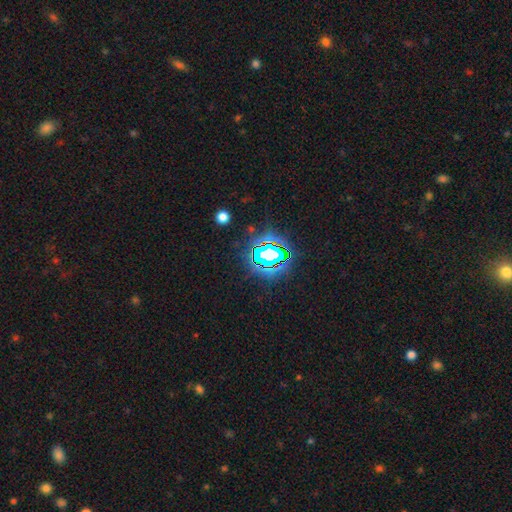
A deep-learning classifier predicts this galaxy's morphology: Smooth or featured? Predicted: star or artifact (p=0.83).